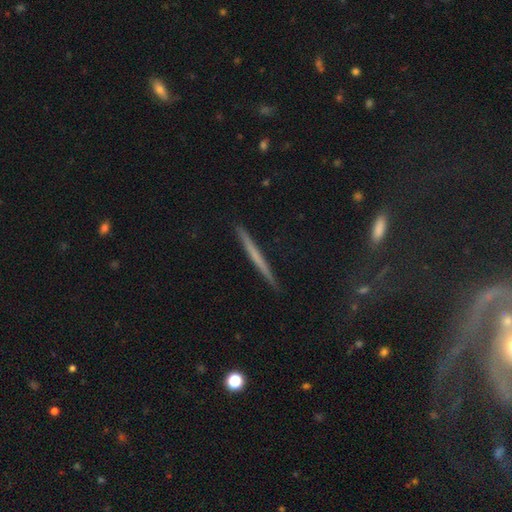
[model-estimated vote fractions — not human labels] Smooth or featured? featured or disk (48%)
Merging? none (91%)